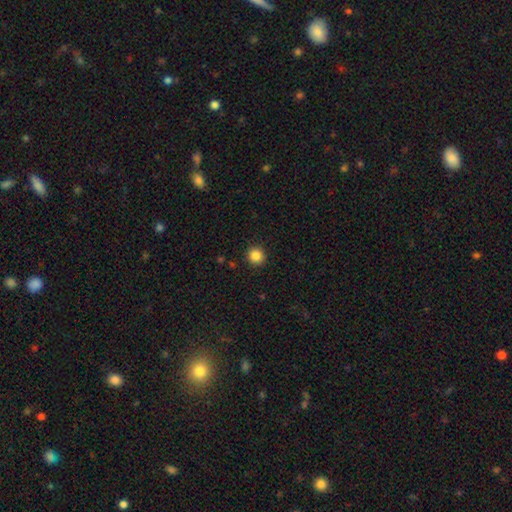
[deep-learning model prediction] A smooth galaxy with no disk features (86%) that is round (94%). Merging: none (92%).